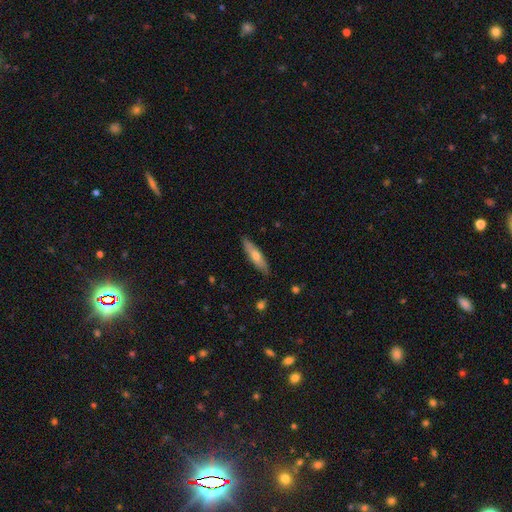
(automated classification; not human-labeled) A smooth galaxy with no disk features (57%) that is cigar-shaped (72%). Merging: none (86%).